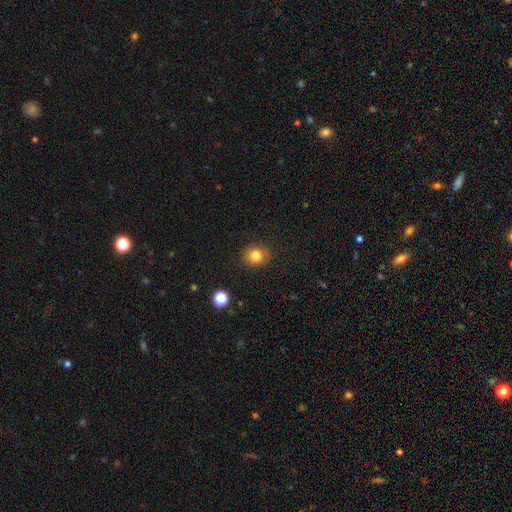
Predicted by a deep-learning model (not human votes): This is clearly a smooth galaxy (82%). How rounded: clearly round (81%). Merging: clearly none (87%).